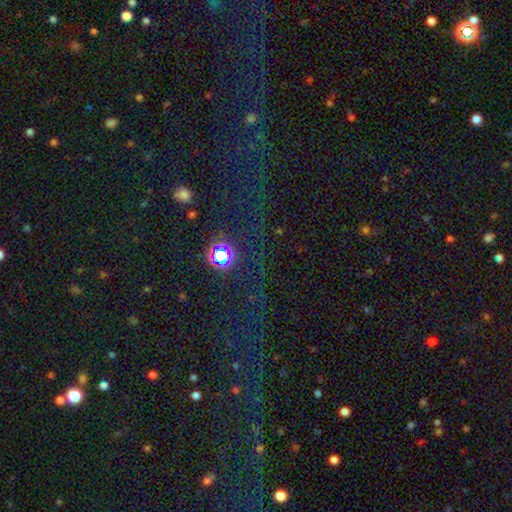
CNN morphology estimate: Smooth or featured?
  - star or artifact: 74% *
  - smooth: 14%
  - featured or disk: 12%